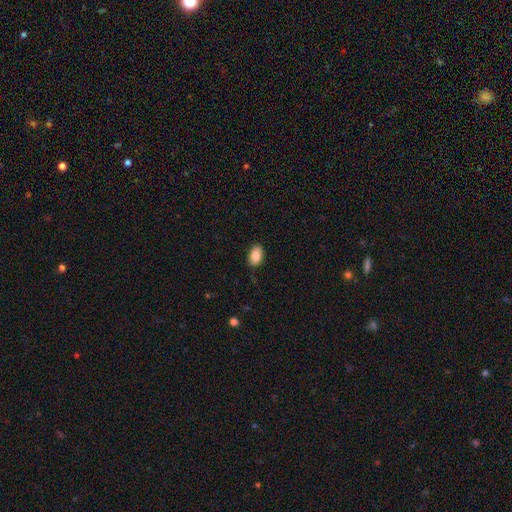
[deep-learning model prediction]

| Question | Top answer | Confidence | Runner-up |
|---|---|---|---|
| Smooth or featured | smooth | 88% | star or artifact (7%) |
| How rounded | in between | 91% | round (8%) |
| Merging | none | 86% | minor disturbance (11%) |